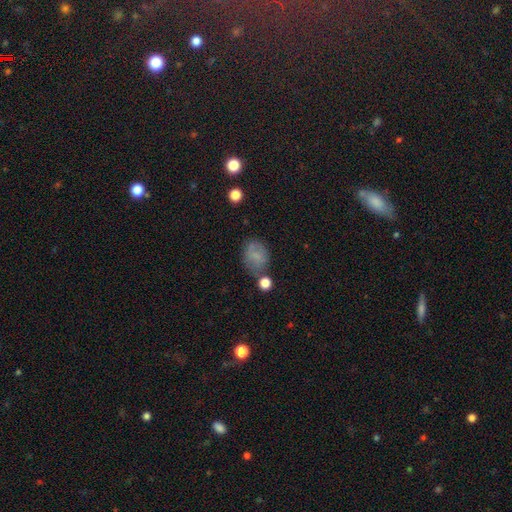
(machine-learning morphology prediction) smooth_or_featured: smooth (p=0.69) [alt: featured or disk p=0.17]
how_rounded: in between (p=0.53) [alt: round p=0.46]
merging: none (p=0.58) [alt: minor disturbance p=0.23]